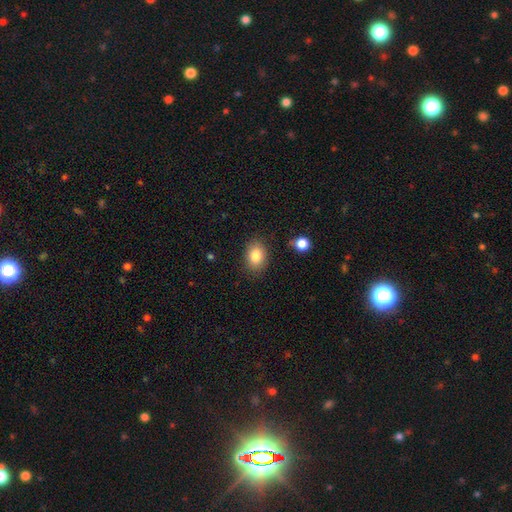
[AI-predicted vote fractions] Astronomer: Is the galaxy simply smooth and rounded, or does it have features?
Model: smooth — 85%.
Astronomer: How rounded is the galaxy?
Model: in between — 73%.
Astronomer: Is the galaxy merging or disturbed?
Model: none — 83%.